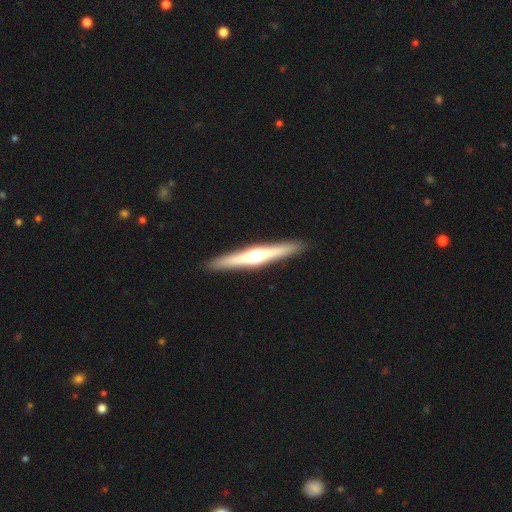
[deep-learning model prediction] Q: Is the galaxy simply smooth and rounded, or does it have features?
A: featured or disk — 69%.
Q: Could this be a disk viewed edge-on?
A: yes — 98%.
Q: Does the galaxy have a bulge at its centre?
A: rounded — 91%.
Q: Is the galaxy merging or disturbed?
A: none — 92%.